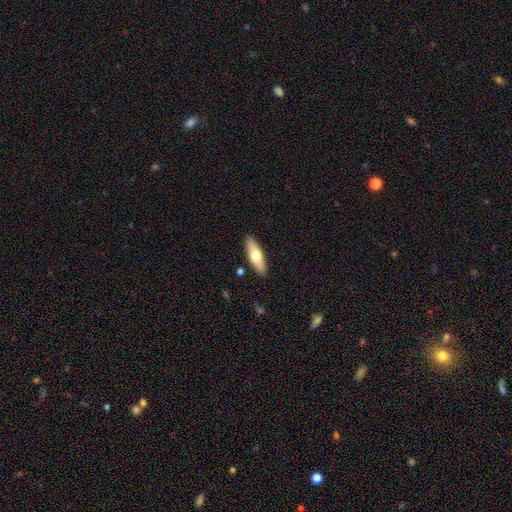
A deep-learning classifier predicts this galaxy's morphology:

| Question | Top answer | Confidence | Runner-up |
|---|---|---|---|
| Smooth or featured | smooth | 61% | featured or disk (33%) |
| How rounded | in between | 54% | cigar-shaped (44%) |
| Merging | none | 88% | minor disturbance (9%) |